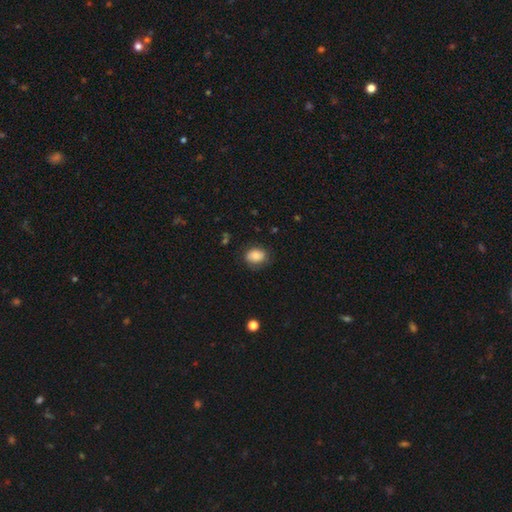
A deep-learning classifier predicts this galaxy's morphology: smooth 82%, featured or disk 10%, star or artifact 8%. Down the decision tree: how rounded — in between (65%); merging — none (72%).